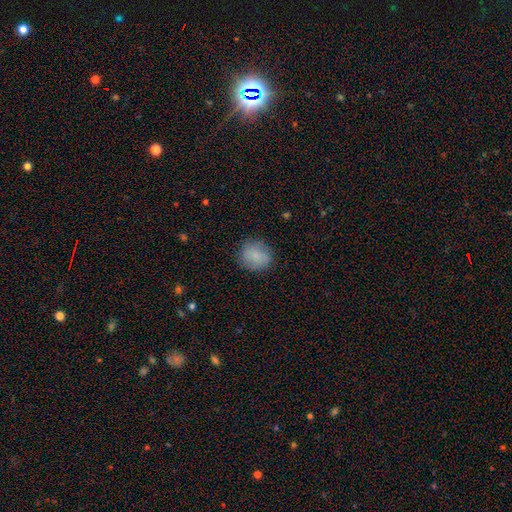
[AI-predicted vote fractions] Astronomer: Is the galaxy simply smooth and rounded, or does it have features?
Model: smooth — 83%.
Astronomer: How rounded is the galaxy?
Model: round — 71%.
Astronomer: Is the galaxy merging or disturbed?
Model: none — 82%.